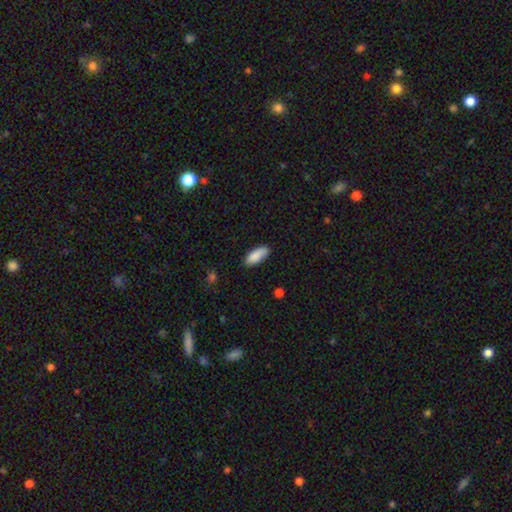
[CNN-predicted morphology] This appears to be a smooth galaxy with no disk features (88%) that is in between round and cigar-shaped (79%). Merging: none (80%).